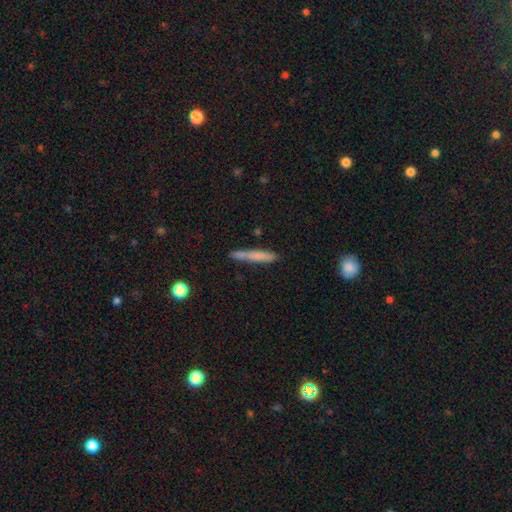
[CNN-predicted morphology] This appears to be a smooth galaxy with no disk features (70%) that is cigar-shaped (93%). Merging: none (73%).